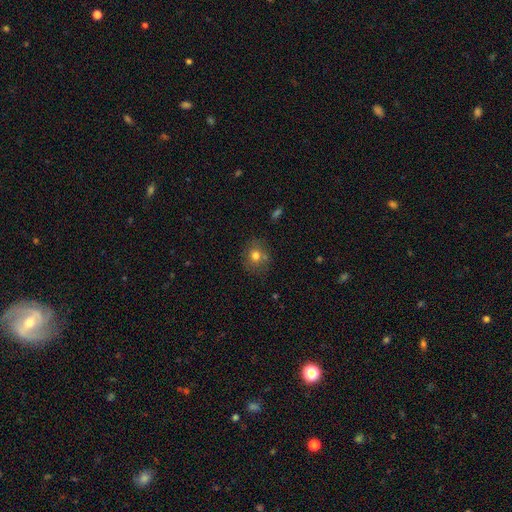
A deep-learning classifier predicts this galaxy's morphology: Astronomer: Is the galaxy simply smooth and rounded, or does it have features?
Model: smooth — 74%.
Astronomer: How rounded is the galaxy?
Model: round — 75%.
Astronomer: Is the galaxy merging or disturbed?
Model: none — 71%.